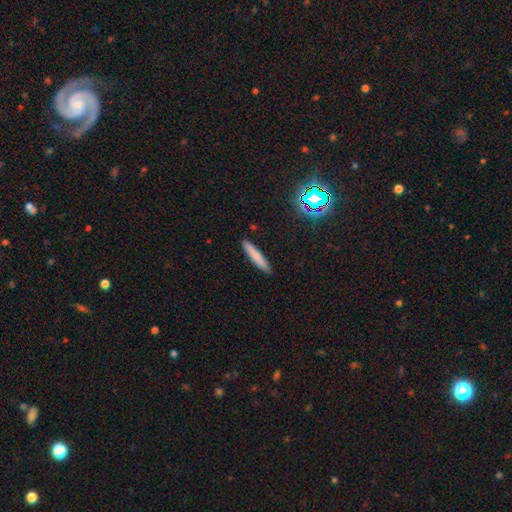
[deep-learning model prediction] Smooth or featured? smooth (76%)
How rounded? cigar-shaped (92%)
Merging? none (90%)